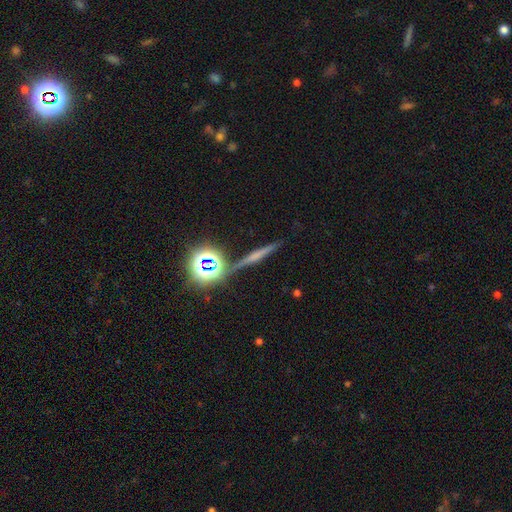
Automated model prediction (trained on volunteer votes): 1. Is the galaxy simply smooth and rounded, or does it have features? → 41% featured or disk, 33% smooth, 25% star or artifact.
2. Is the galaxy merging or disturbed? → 84% none, 9% minor disturbance, 5% merger, 3% major disturbance.